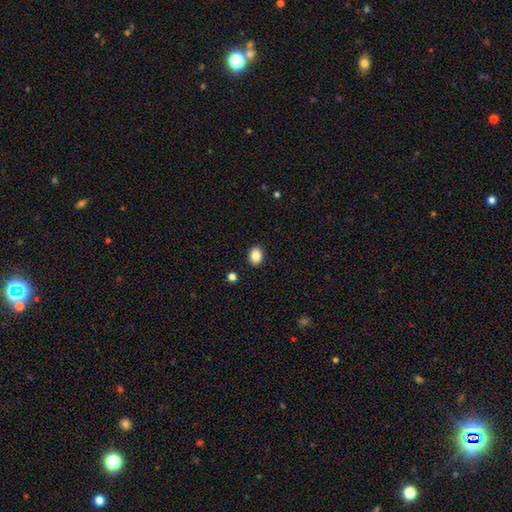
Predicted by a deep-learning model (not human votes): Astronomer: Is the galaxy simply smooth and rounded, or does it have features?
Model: smooth — 85%.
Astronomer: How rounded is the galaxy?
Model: round — 51% (runner-up: in between, 48%).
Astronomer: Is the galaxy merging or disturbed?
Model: none — 90%.